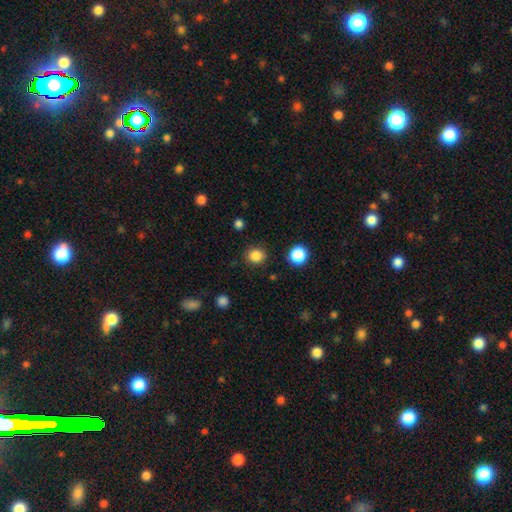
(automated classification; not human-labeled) smooth 85%, star or artifact 12%, featured or disk 4%. Down the decision tree: how rounded — round (86%); merging — none (88%).